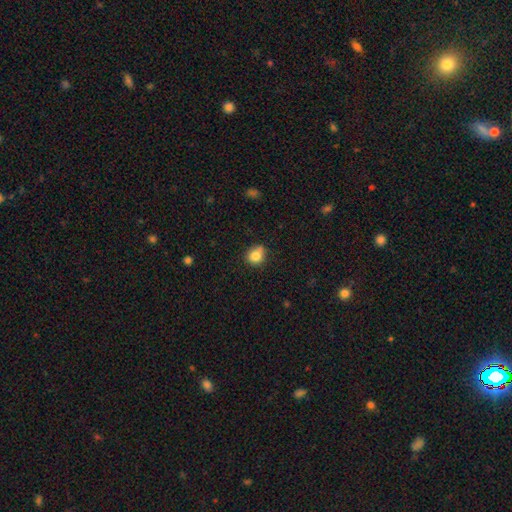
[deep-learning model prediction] A smooth galaxy with no disk features (81%) that is round (68%). Merging: none (66%).